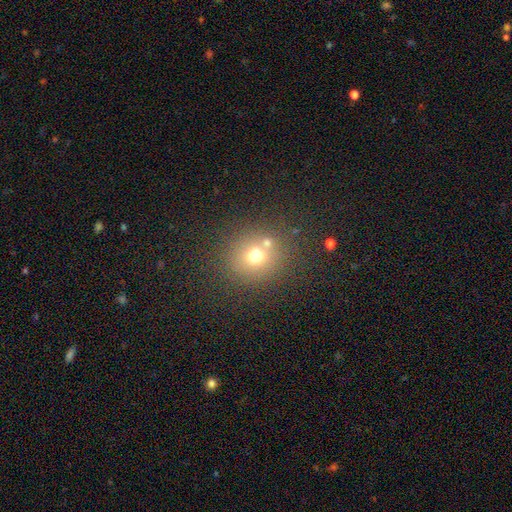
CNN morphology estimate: Smooth or featured?
  - smooth: 68% *
  - star or artifact: 18%
  - featured or disk: 14%
How rounded?
  - round: 83% *
  - in between: 16%
  - cigar-shaped: 1%
Merging?
  - none: 65% *
  - merger: 21%
  - minor disturbance: 10%
  - major disturbance: 4%